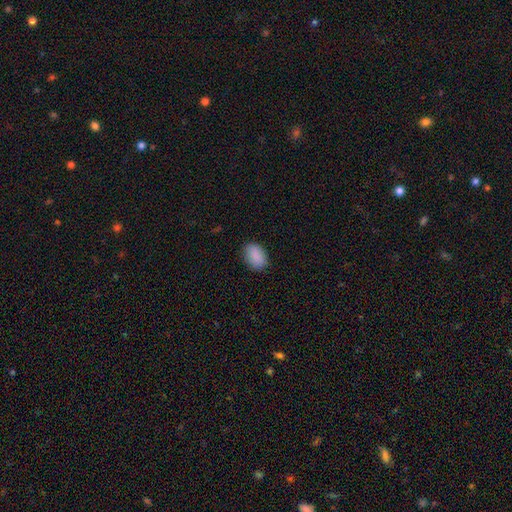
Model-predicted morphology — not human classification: Smooth or featured? smooth (88%)
How rounded? in between (85%)
Merging? none (84%)